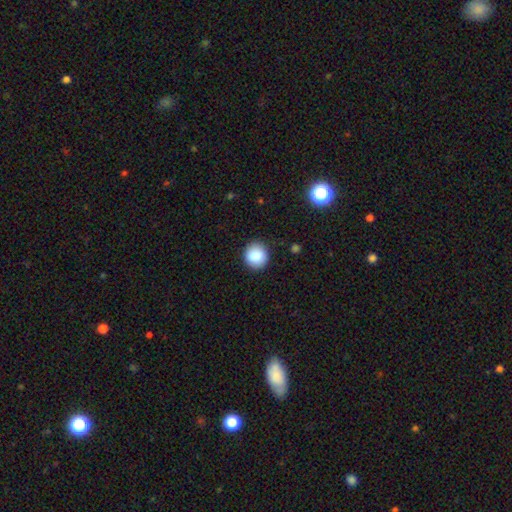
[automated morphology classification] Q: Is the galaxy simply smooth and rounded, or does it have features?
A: smooth — 88%.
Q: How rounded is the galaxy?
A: round — 92%.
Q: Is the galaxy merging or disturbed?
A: none — 90%.